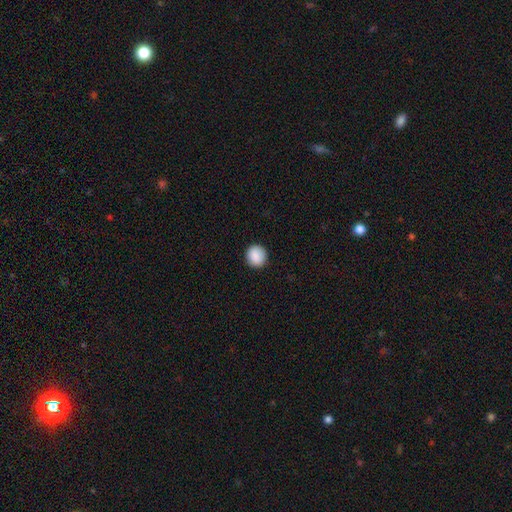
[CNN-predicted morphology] A smooth galaxy with no disk features (89%) that is round (89%). Merging: none (91%).